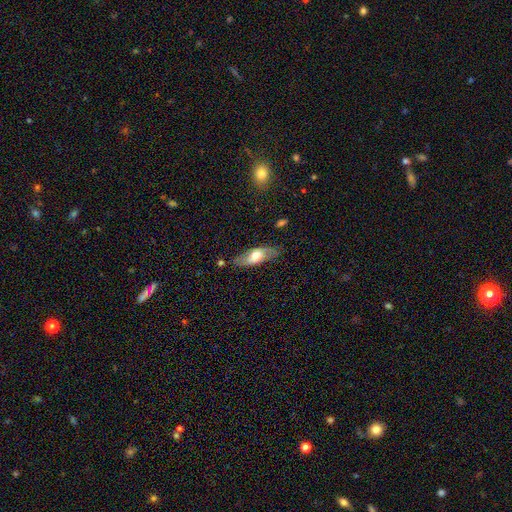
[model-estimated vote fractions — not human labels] A smooth galaxy with no disk features (47%).

Vote fractions:
- Smooth or featured? smooth: 47% / featured or disk: 46% / star or artifact: 6%
- Merging? none: 75% / minor disturbance: 18% / major disturbance: 5% / merger: 2%